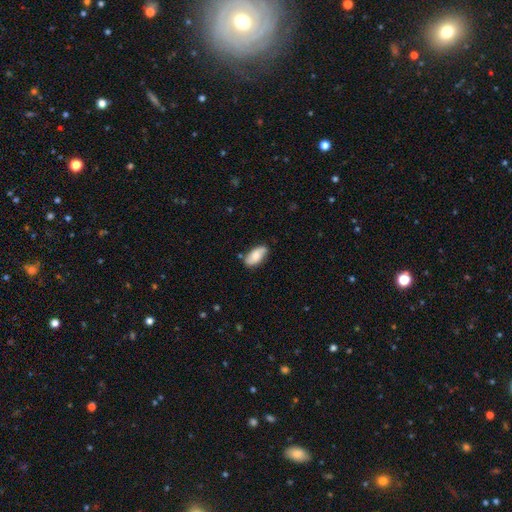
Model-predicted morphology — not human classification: This appears to be a smooth galaxy with no disk features (65%) that is in between round and cigar-shaped (91%). Merging: none (76%).